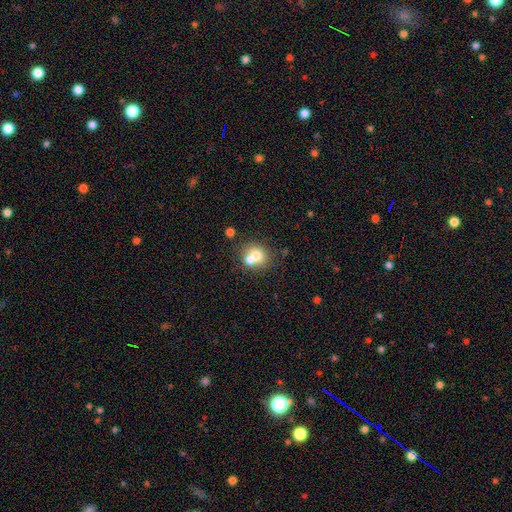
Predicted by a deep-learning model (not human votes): Morphology: type=smooth (68%); roundness=round (77%); merging=merger (48%).